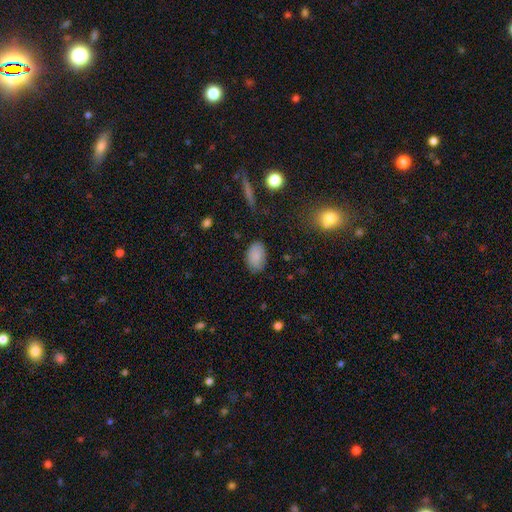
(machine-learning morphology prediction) The model was most divided on "merging": none: 82%, minor disturbance: 14%, major disturbance: 3%, merger: 1%. More confident: how rounded — in between (89%); smooth or featured — smooth (87%).